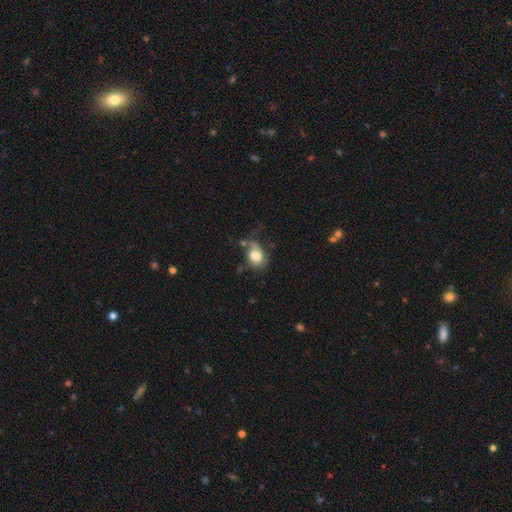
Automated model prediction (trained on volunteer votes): smooth 74%, featured or disk 18%, star or artifact 9%. Down the decision tree: how rounded — in between (62%); merging — none (34%).